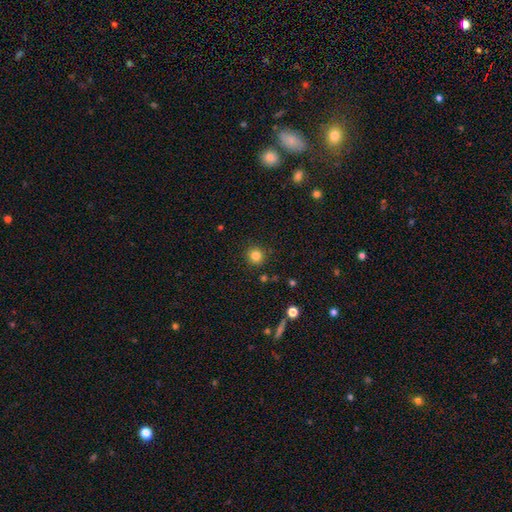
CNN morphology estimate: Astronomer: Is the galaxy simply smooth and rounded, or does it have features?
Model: smooth — 82%.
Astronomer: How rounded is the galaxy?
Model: round — 94%.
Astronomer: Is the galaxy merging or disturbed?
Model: none — 90%.